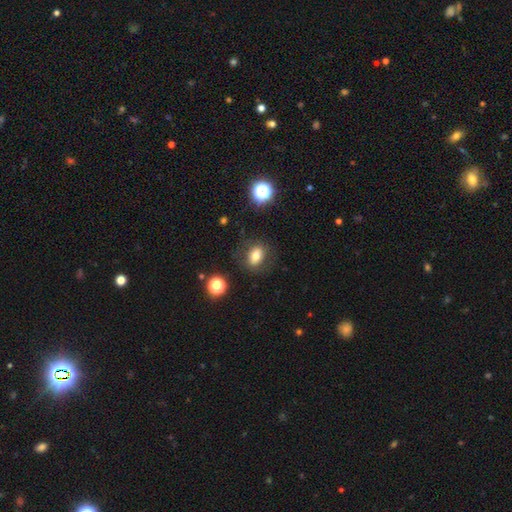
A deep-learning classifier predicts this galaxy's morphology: The model was most divided on "how rounded": in between: 67%, round: 31%, cigar-shaped: 2%. More confident: merging — none (80%); smooth or featured — smooth (75%).